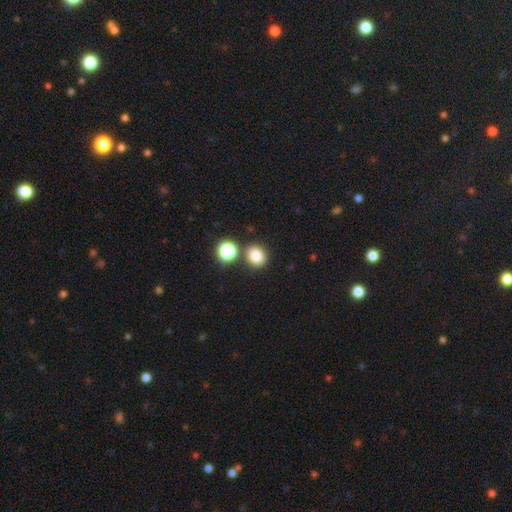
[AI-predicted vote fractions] A smooth galaxy with no disk features (80%) that is round (75%). Merging: none (78%).